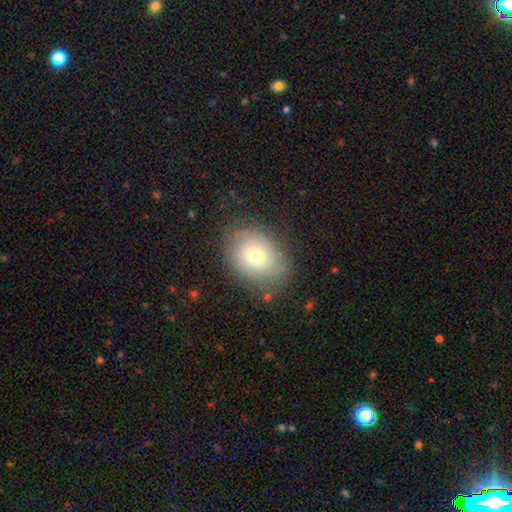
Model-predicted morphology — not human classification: Smooth or featured: smooth — 50% (featured or disk — 41%)
Merging: none — 72% (minor disturbance — 20%)